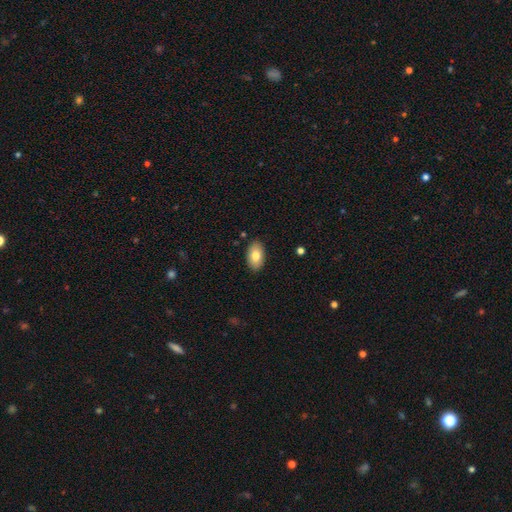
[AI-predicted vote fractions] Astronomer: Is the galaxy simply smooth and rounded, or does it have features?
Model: smooth — 79%.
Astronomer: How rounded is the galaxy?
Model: in between — 93%.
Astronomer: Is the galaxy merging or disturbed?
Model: none — 88%.